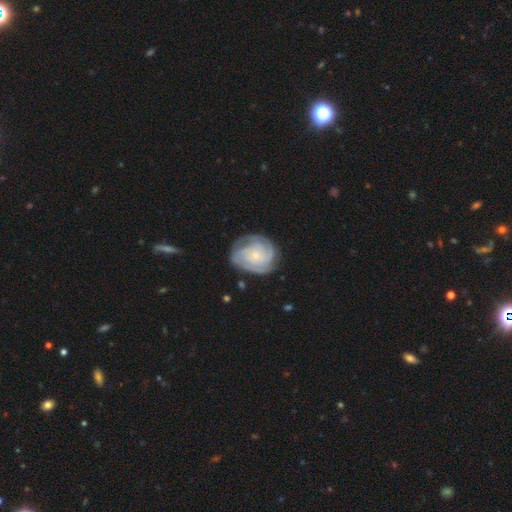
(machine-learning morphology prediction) smooth_or_featured: featured or disk (p=0.80) [alt: smooth p=0.14]
disk_edge_on: no (p=0.98) [alt: yes p=0.02]
bar: no (p=0.79) [alt: weak p=0.18]
has_spiral_arms: yes (p=0.96) [alt: no p=0.04]
spiral_winding: tight (p=0.70) [alt: medium p=0.25]
spiral_arm_count: 3 (p=0.31) [alt: can't tell p=0.25]
bulge_size: small (p=0.79) [alt: moderate p=0.16]
merging: none (p=0.73) [alt: minor disturbance p=0.19]